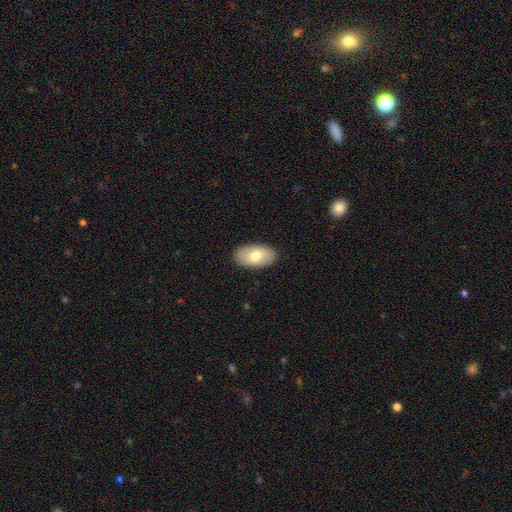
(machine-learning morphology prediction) This is likely a smooth galaxy (71%). How rounded: clearly in between (94%). Merging: clearly none (89%).